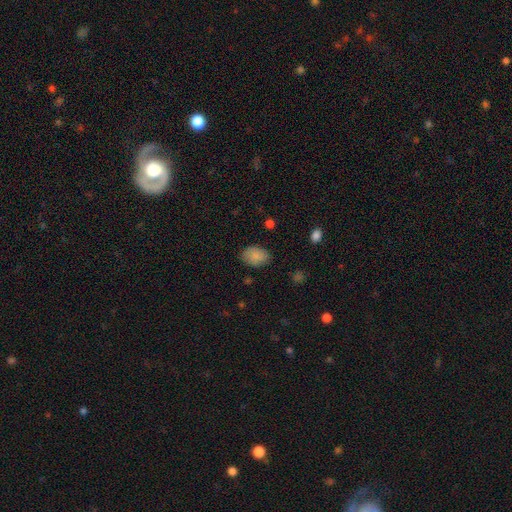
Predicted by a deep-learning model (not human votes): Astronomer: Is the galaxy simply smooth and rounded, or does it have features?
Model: smooth — 87%.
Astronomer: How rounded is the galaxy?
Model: in between — 80%.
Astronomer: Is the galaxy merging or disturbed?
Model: none — 81%.